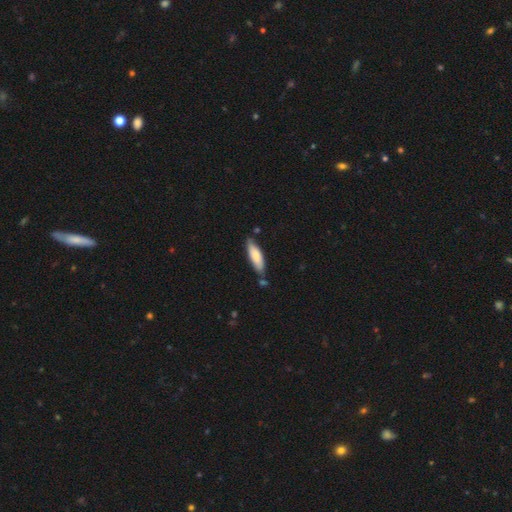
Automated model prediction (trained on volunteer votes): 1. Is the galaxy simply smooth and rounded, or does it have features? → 80% smooth, 15% featured or disk, 5% star or artifact.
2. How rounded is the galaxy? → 54% cigar-shaped, 45% in between, 1% round.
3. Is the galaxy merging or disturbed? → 71% none, 18% minor disturbance, 7% merger, 3% major disturbance.